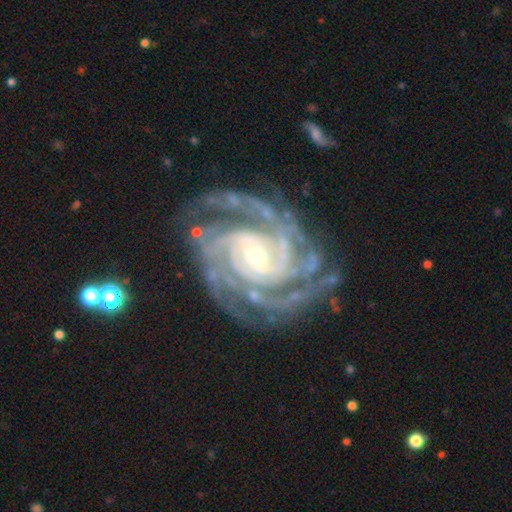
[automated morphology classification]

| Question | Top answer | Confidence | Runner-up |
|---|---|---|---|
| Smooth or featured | featured or disk | 94% | star or artifact (4%) |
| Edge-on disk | no | 98% | yes (2%) |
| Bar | no | 55% | weak (29%) |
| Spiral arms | yes | 99% | no (1%) |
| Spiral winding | tight | 74% | medium (23%) |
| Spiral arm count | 4 | 27% | 3 (24%) |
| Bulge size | small | 58% | moderate (38%) |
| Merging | none | 77% | minor disturbance (15%) |